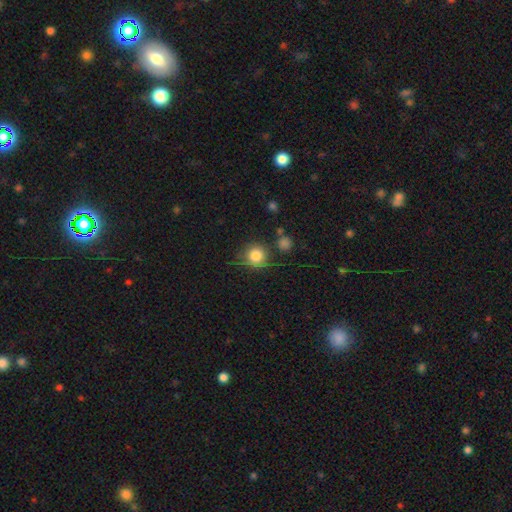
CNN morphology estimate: smooth-or-featured: smooth: 82% | star or artifact: 10% | featured or disk: 8%
  how-rounded: round: 92% | in between: 7% | cigar-shaped: 1%
  merging: none: 72% | minor disturbance: 17% | merger: 6% | major disturbance: 5%